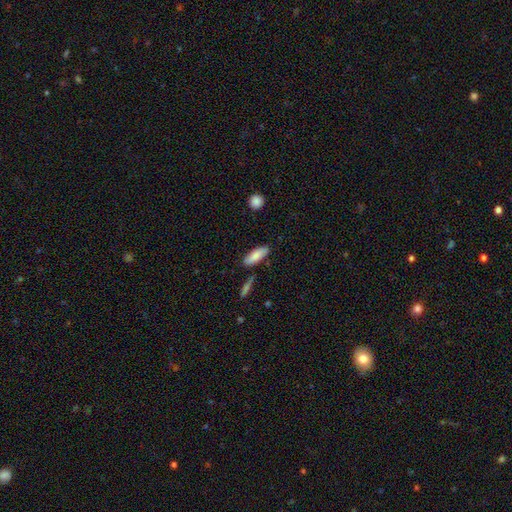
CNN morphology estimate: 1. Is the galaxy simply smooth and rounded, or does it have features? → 83% smooth, 11% featured or disk, 6% star or artifact.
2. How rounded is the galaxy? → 72% in between, 26% cigar-shaped, 2% round.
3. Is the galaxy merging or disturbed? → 81% none, 13% minor disturbance, 4% merger, 3% major disturbance.